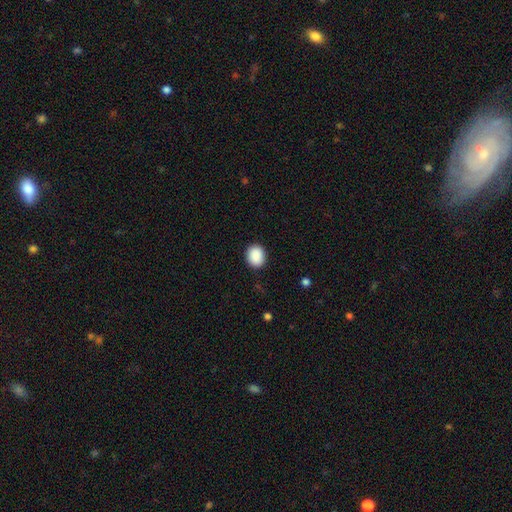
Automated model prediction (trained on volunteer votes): The model was most divided on "how rounded": round: 59%, in between: 41%, cigar-shaped: 1%. More confident: smooth or featured — smooth (90%); merging — none (90%).